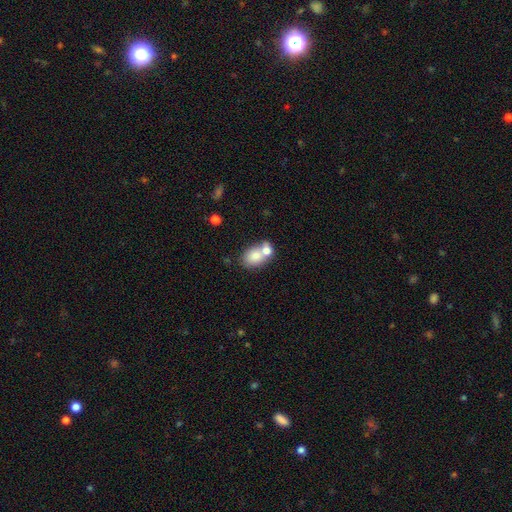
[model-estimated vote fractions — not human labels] This is likely a smooth galaxy (76%). How rounded: likely in between (65%). Merging: possibly merger (50%).